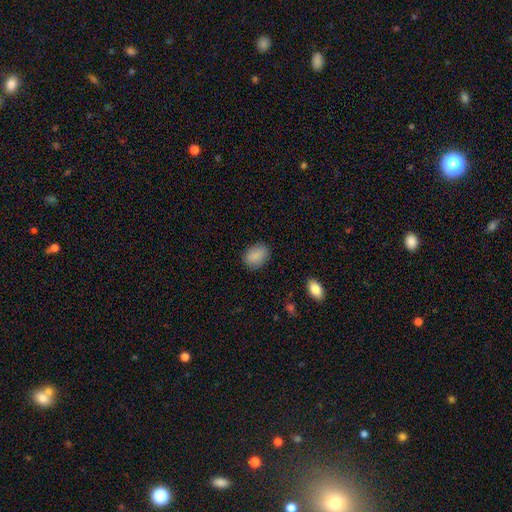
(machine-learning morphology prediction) Smooth or featured?
  - smooth: 88% *
  - star or artifact: 8%
  - featured or disk: 5%
How rounded?
  - in between: 75% *
  - round: 24%
  - cigar-shaped: 1%
Merging?
  - none: 85% *
  - minor disturbance: 11%
  - major disturbance: 3%
  - merger: 1%